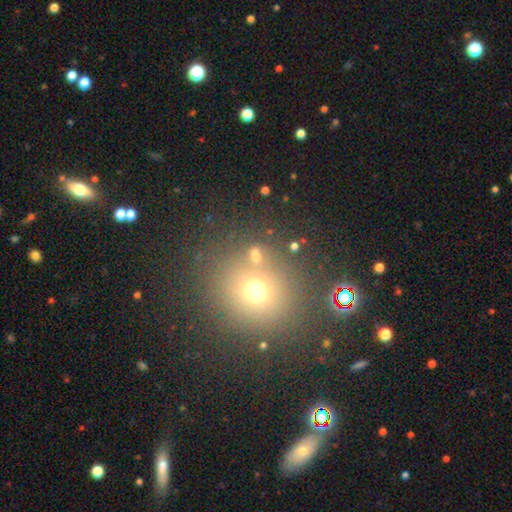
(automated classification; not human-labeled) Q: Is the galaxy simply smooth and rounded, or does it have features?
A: smooth — 64%.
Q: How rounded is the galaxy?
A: round — 64%.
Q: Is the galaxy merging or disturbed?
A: none — 65%.